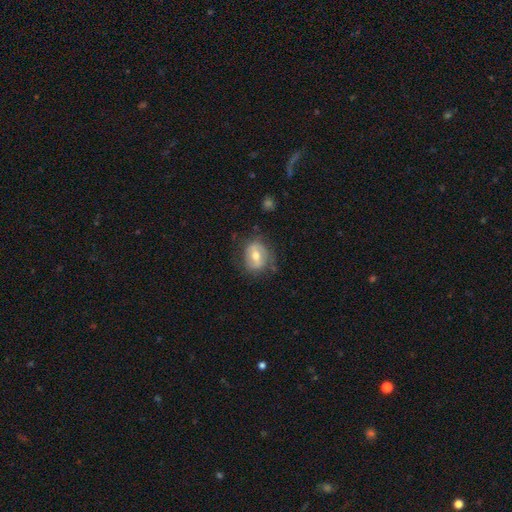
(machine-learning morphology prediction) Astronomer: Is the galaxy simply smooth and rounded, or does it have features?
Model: featured or disk — 51% (runner-up: smooth, 41%).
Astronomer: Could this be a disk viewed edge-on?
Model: no — 94%.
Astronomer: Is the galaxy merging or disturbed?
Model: none — 67%.